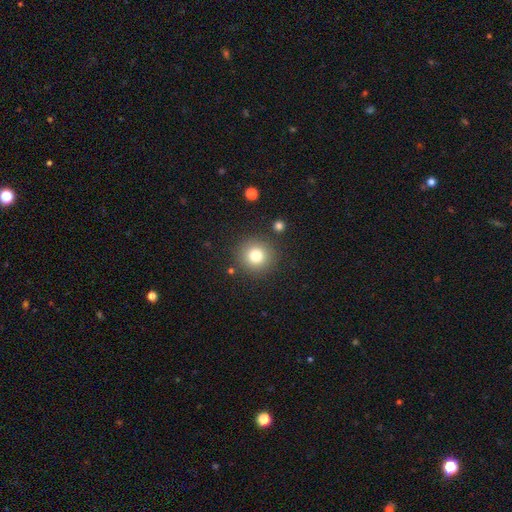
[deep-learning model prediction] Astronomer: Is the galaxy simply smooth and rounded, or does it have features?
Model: smooth — 78%.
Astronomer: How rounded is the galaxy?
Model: round — 94%.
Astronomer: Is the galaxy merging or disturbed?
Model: none — 87%.